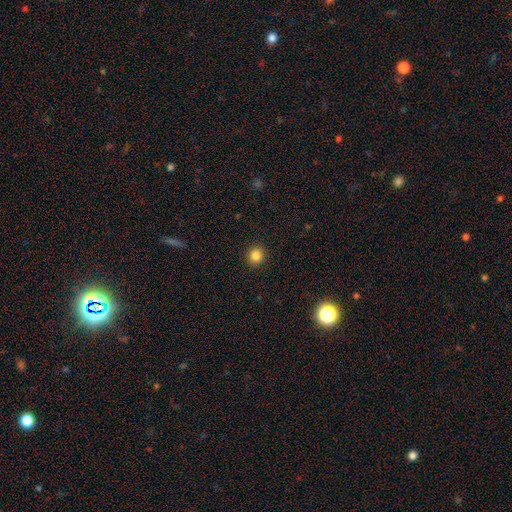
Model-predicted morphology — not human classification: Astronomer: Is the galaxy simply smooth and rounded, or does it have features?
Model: smooth — 84%.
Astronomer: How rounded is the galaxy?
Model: round — 86%.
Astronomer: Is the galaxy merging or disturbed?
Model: none — 92%.